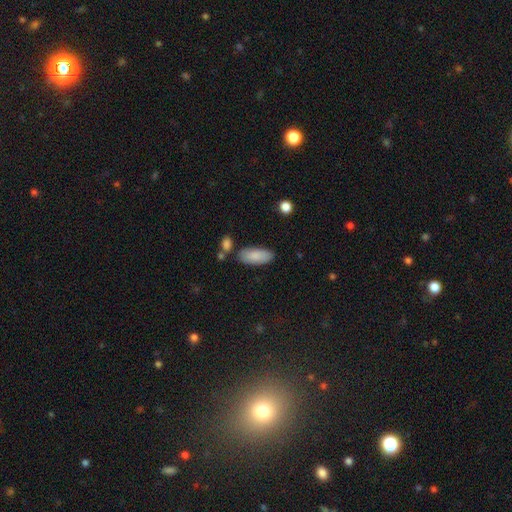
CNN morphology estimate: Q: Smooth or featured?
A: smooth (87%); runner-up: featured or disk (7%)
Q: How rounded?
A: in between (85%); runner-up: cigar-shaped (13%)
Q: Merging?
A: none (76%); runner-up: minor disturbance (14%)